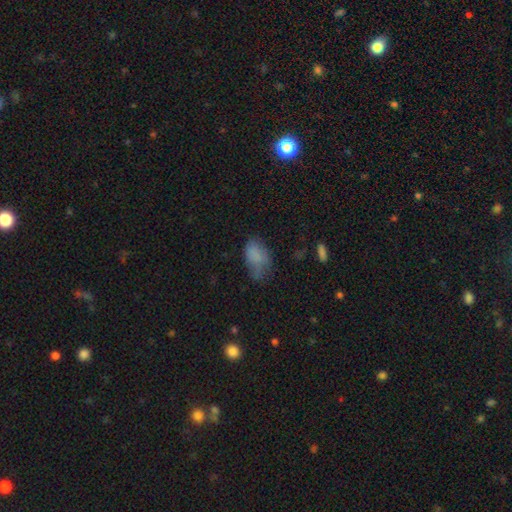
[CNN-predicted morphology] smooth-or-featured: smooth: 76% | featured or disk: 13% | star or artifact: 11%
  how-rounded: in between: 91% | round: 7% | cigar-shaped: 2%
  merging: none: 38% | minor disturbance: 36% | major disturbance: 23% | merger: 3%